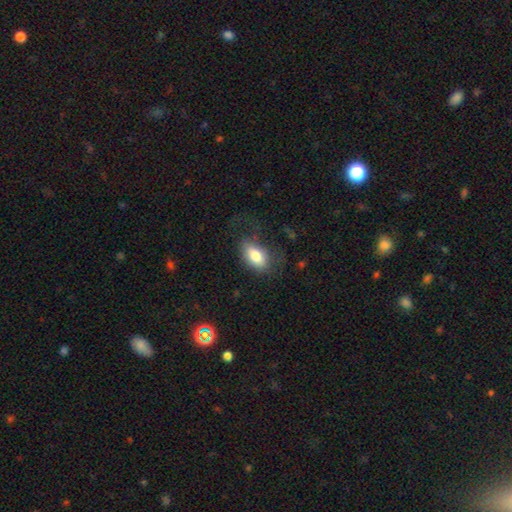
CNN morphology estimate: Q: Smooth or featured?
A: smooth (77%); runner-up: featured or disk (15%)
Q: How rounded?
A: in between (91%); runner-up: round (6%)
Q: Merging?
A: none (52%); runner-up: major disturbance (23%)